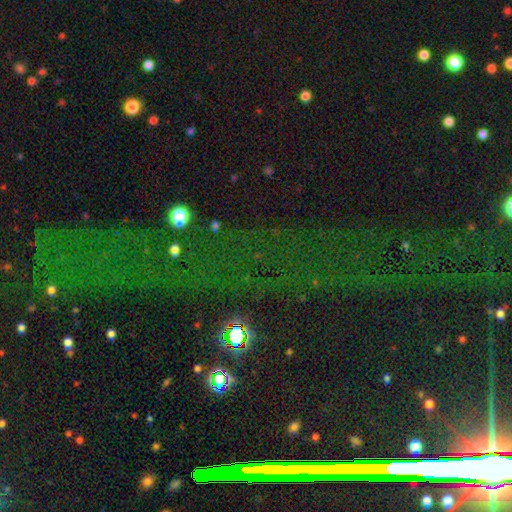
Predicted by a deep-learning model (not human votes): Smooth or featured? star or artifact (74%)